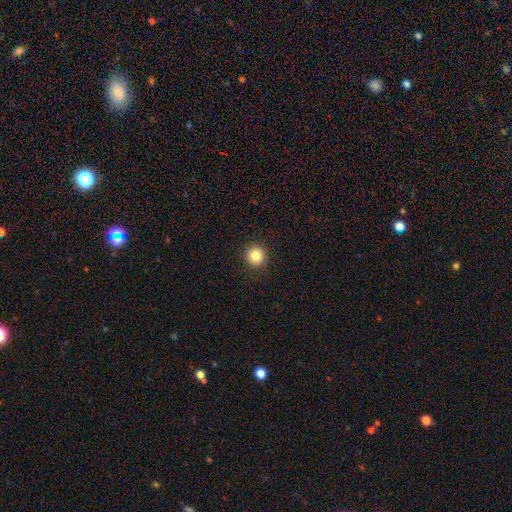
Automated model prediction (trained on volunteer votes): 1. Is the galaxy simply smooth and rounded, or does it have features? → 84% smooth, 11% star or artifact, 5% featured or disk.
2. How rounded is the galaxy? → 94% round, 5% in between, 1% cigar-shaped.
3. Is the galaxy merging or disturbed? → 92% none, 5% minor disturbance, 2% major disturbance, 1% merger.